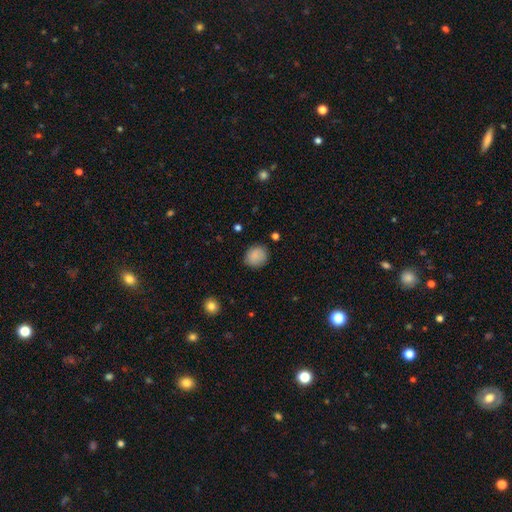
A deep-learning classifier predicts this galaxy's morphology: This is clearly a smooth galaxy (87%). How rounded: likely round (77%). Merging: clearly none (86%).